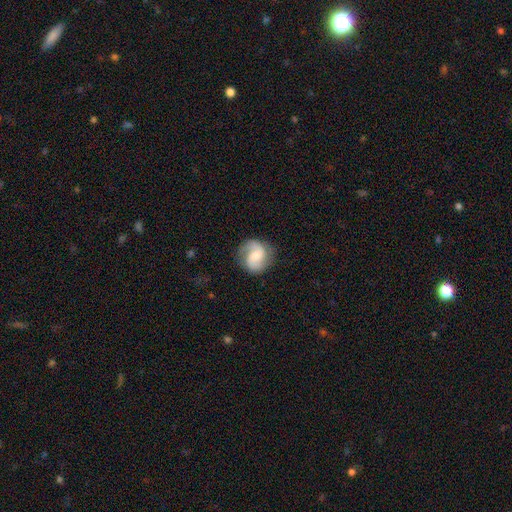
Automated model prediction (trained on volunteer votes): Smooth or featured?
  - featured or disk: 75% *
  - smooth: 19%
  - star or artifact: 6%
Edge-on disk?
  - no: 98% *
  - yes: 2%
Bar?
  - no: 52% *
  - weak: 39%
  - strong: 8%
Spiral arms?
  - yes: 96% *
  - no: 4%
Spiral winding?
  - medium: 50% *
  - tight: 26%
  - loose: 25%
Spiral arm count?
  - 2: 87% *
  - can't tell: 5%
  - 1: 3%
  - 3: 3%
  - 4: 1%
  - more than 4: 1%
Bulge size?
  - moderate: 47% *
  - small: 40%
  - large: 6%
  - none: 6%
  - dominant: 1%
Merging?
  - none: 78% *
  - minor disturbance: 15%
  - major disturbance: 6%
  - merger: 1%